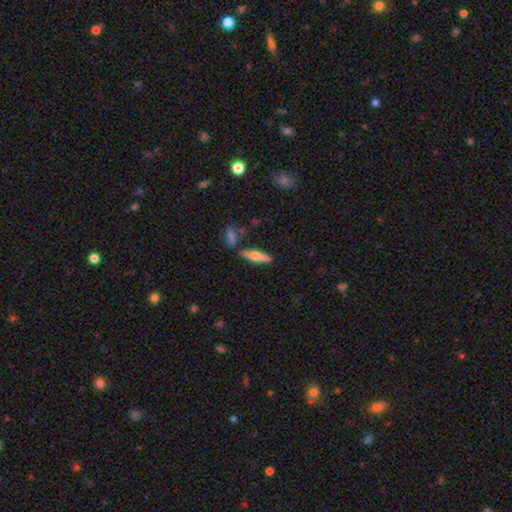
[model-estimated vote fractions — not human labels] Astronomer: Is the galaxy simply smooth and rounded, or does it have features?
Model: smooth — 53% (runner-up: featured or disk, 41%).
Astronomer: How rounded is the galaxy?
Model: cigar-shaped — 64%.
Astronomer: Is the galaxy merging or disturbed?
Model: none — 79%.